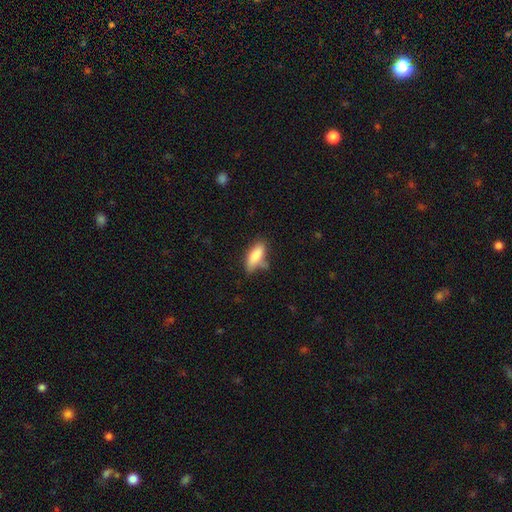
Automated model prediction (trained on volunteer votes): smooth-or-featured: smooth: 81% | featured or disk: 12% | star or artifact: 7%
  how-rounded: in between: 69% | cigar-shaped: 28% | round: 2%
  merging: none: 59% | minor disturbance: 26% | merger: 8% | major disturbance: 7%